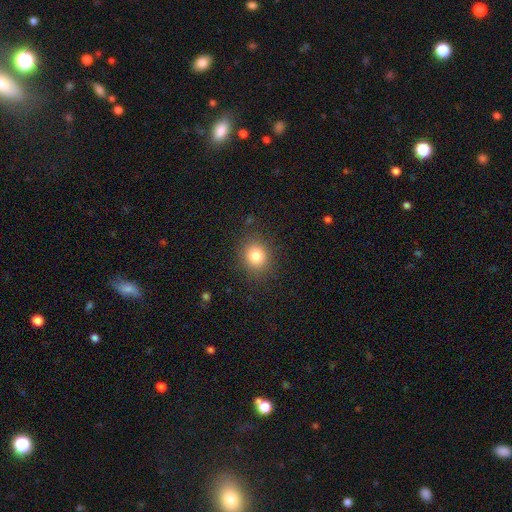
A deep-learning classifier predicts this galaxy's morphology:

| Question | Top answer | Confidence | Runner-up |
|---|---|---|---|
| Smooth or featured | smooth | 81% | star or artifact (12%) |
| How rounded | round | 75% | in between (24%) |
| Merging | none | 87% | minor disturbance (9%) |